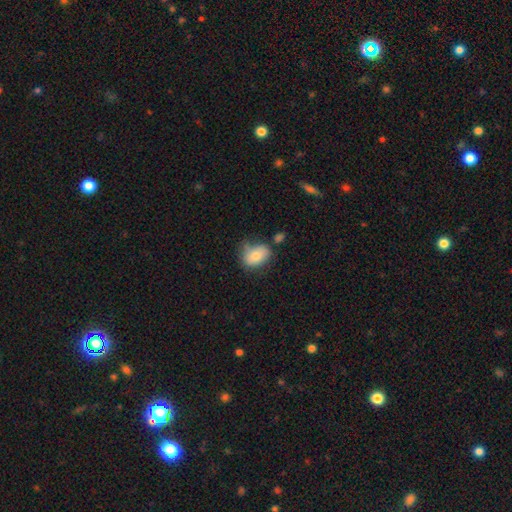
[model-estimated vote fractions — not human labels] Smooth or featured? smooth (76%)
How rounded? in between (75%)
Merging? none (48%)